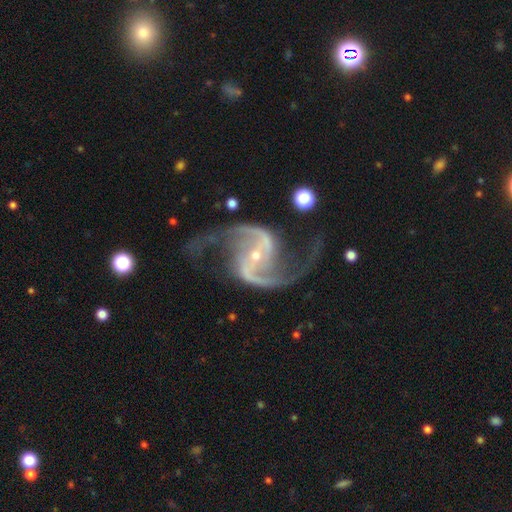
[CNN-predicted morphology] type=featured or disk (94%); edge-on=no (98%); bar=strong (43%); spiral arms=yes (98%); winding=loose (48%); arm count=2 (95%); bulge=small (76%); merging=none (74%).